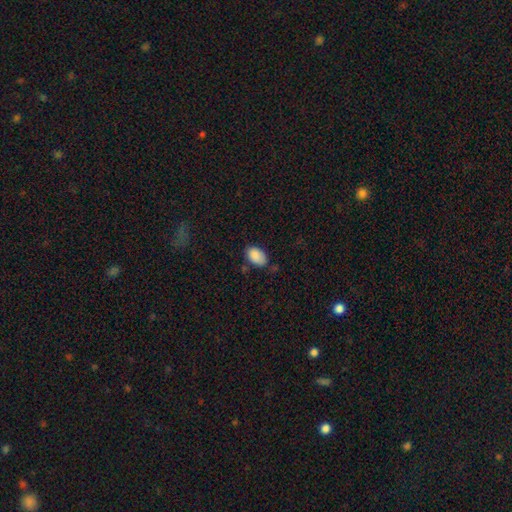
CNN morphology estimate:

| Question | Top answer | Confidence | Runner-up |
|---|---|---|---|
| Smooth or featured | smooth | 89% | star or artifact (8%) |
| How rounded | in between | 90% | round (9%) |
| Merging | none | 68% | minor disturbance (23%) |